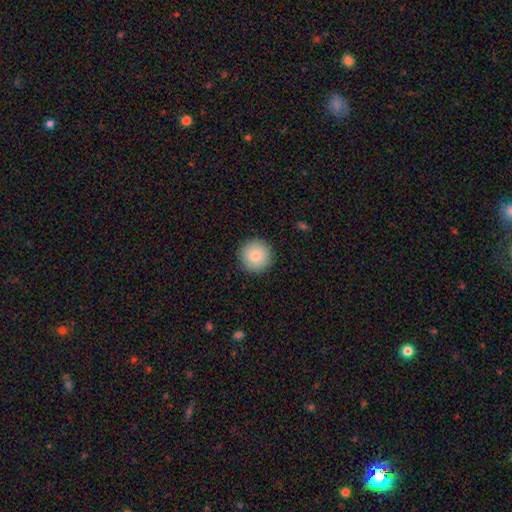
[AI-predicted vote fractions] The model was most divided on "smooth or featured": smooth: 84%, star or artifact: 8%, featured or disk: 8%. More confident: how rounded — round (96%); merging — none (92%).